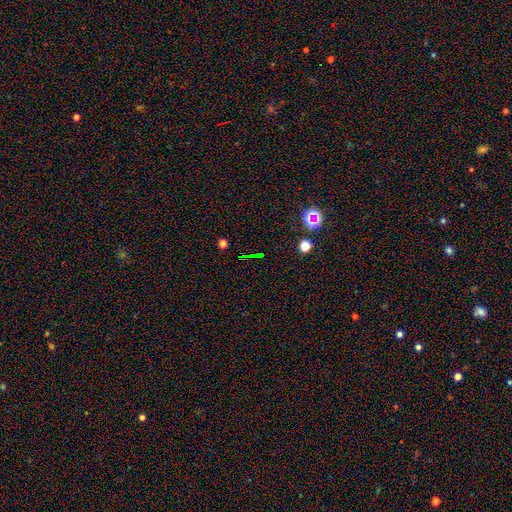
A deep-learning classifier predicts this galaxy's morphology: This is likely a star or artifact rather than a galaxy (69%).